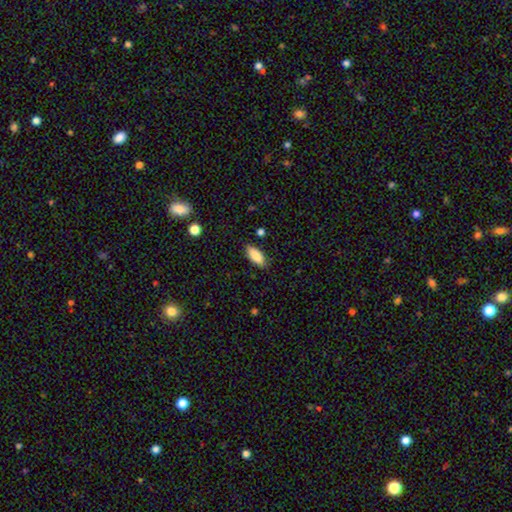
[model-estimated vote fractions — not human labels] This is clearly a smooth galaxy (87%). How rounded: clearly in between (83%). Merging: clearly none (86%).